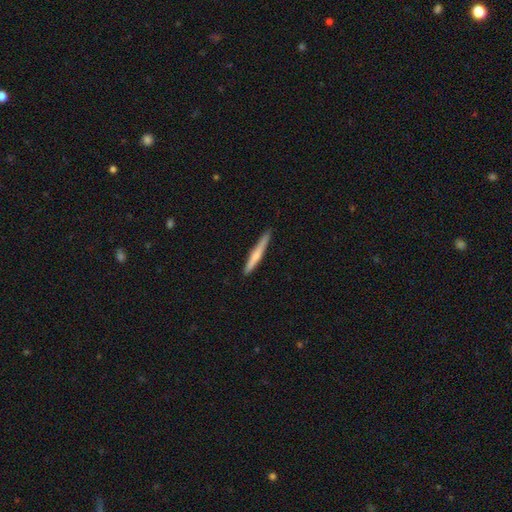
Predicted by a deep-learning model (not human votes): Smooth or featured? Predicted: smooth (p=0.55). How rounded? Predicted: cigar-shaped (p=0.96). Merging? Predicted: none (p=0.90).